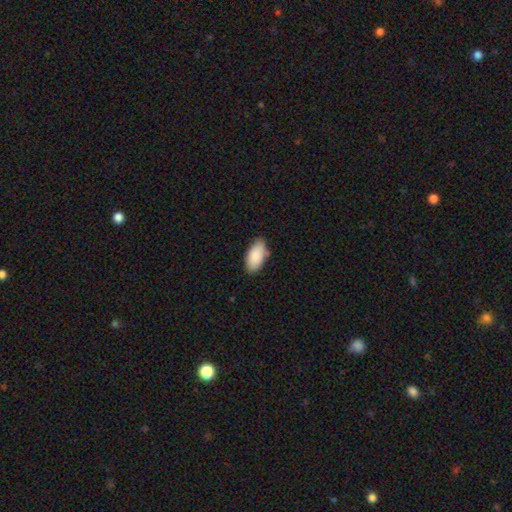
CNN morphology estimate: This is clearly a smooth galaxy (89%). How rounded: clearly in between (94%). Merging: likely none (78%).